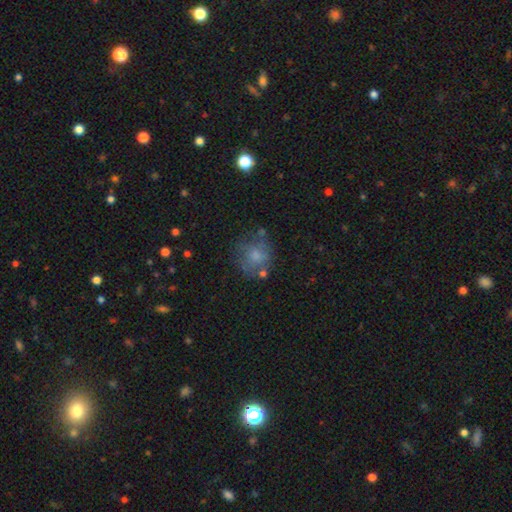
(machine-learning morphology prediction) Overall: smooth (66%). How rounded: round (82%). Merging: none (59%; minor disturbance 21%).